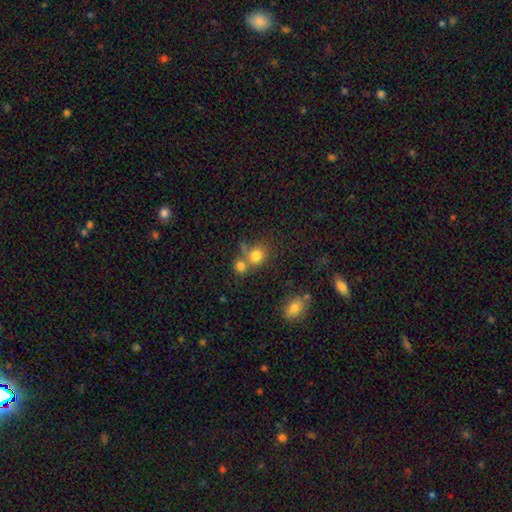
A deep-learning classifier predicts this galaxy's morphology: type=smooth (79%); roundness=round (75%); merging=none (50%).